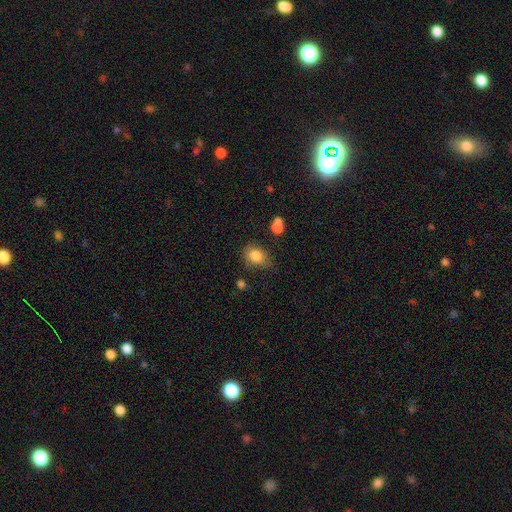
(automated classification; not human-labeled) This is clearly a smooth galaxy (83%). How rounded: possibly in between (58%). Merging: likely none (60%).